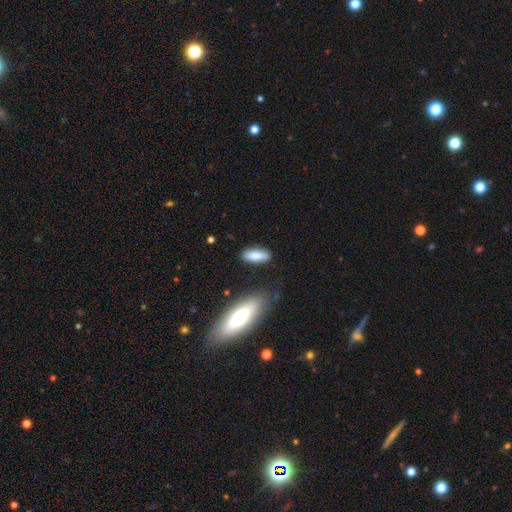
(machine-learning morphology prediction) smooth_or_featured: smooth (p=0.82) [alt: featured or disk p=0.11]
how_rounded: in between (p=0.67) [alt: cigar-shaped p=0.31]
merging: none (p=0.83) [alt: minor disturbance p=0.12]